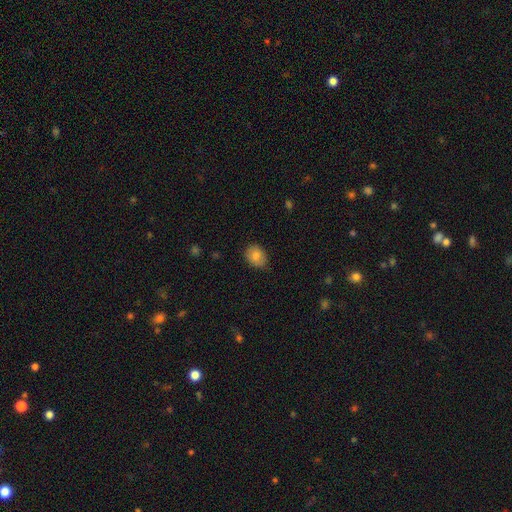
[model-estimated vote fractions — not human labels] Smooth or featured? smooth (81%)
How rounded? in between (62%)
Merging? none (79%)